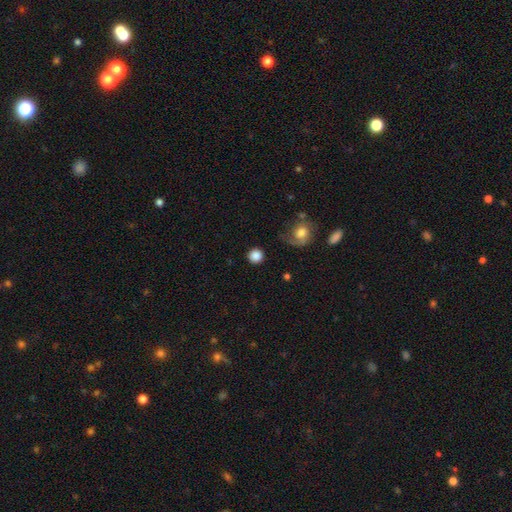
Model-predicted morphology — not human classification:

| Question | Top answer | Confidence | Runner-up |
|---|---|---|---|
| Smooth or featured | smooth | 84% | star or artifact (9%) |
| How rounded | round | 94% | in between (5%) |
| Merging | none | 86% | minor disturbance (7%) |